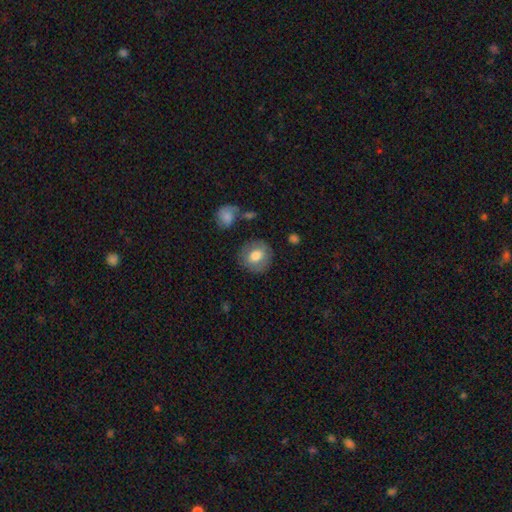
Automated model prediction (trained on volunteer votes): smooth 72%, featured or disk 21%, star or artifact 7%. Down the decision tree: how rounded — round (83%); merging — none (83%).